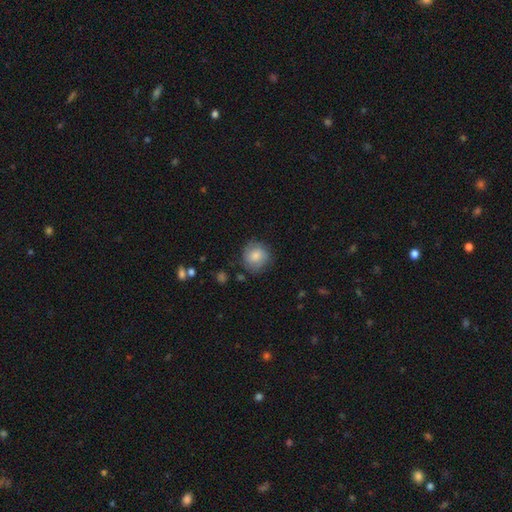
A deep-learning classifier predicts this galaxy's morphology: Overall: smooth (75%). How rounded: round (88%). Merging: none (77%).